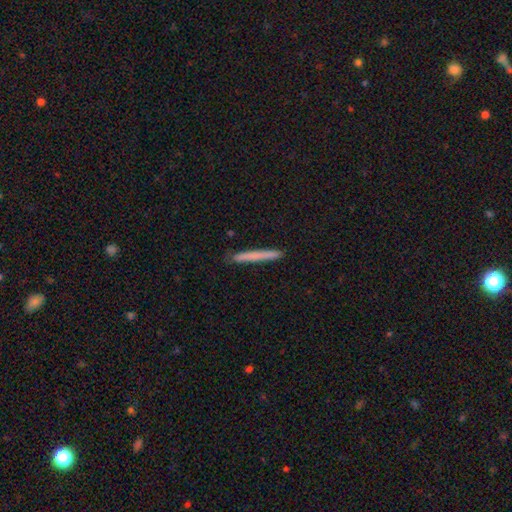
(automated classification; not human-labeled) Smooth or featured: smooth — 71% (featured or disk — 23%)
How rounded: cigar-shaped — 97% (in between — 2%)
Merging: none — 90% (minor disturbance — 7%)